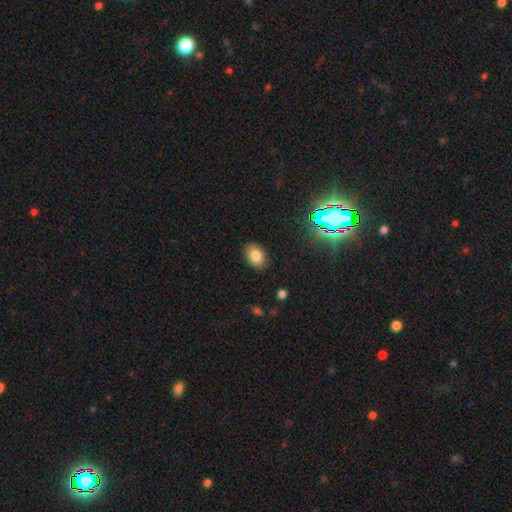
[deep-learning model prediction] Smooth or featured? smooth (79%)
How rounded? in between (82%)
Merging? none (87%)